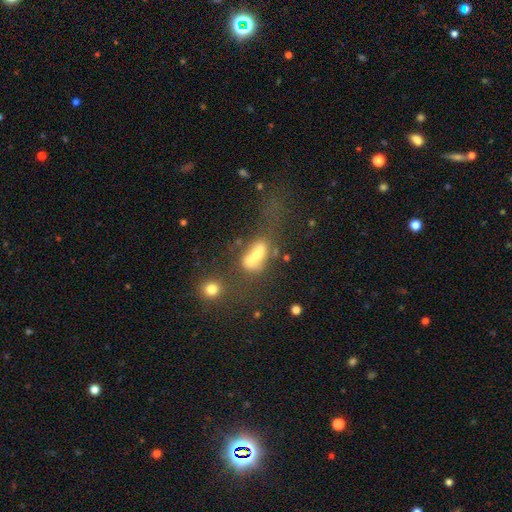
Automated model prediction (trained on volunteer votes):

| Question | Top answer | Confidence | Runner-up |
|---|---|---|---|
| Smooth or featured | smooth | 49% | featured or disk (37%) |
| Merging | merger | 52% | none (20%) |